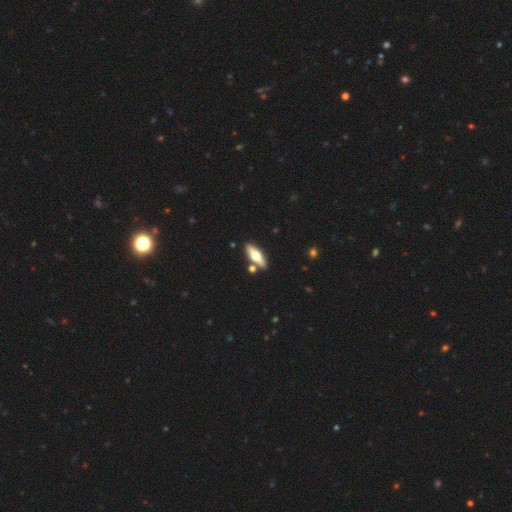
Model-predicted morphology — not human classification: smooth_or_featured: featured or disk (p=0.50) [alt: smooth p=0.44]
disk_edge_on: yes (p=0.87) [alt: no p=0.13]
merging: none (p=0.82) [alt: minor disturbance p=0.09]